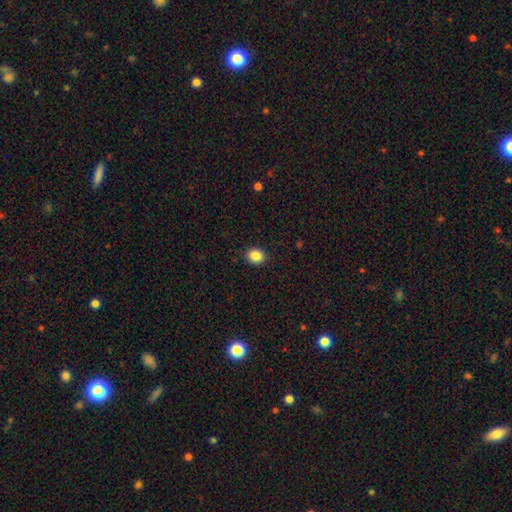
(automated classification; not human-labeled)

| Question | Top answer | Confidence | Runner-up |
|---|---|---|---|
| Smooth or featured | smooth | 86% | star or artifact (10%) |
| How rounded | round | 74% | in between (25%) |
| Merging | none | 91% | minor disturbance (6%) |